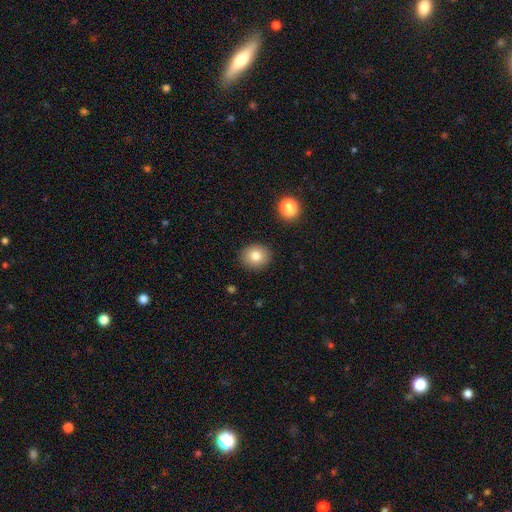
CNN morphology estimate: Smooth or featured? smooth (81%)
How rounded? round (72%)
Merging? none (89%)